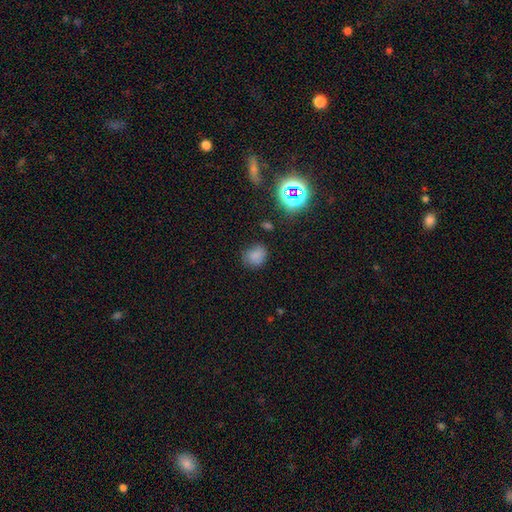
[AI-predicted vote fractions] Smooth or featured?
  - smooth: 75% *
  - star or artifact: 19%
  - featured or disk: 6%
How rounded?
  - round: 64% *
  - in between: 35%
  - cigar-shaped: 1%
Merging?
  - none: 73% *
  - minor disturbance: 19%
  - major disturbance: 6%
  - merger: 3%